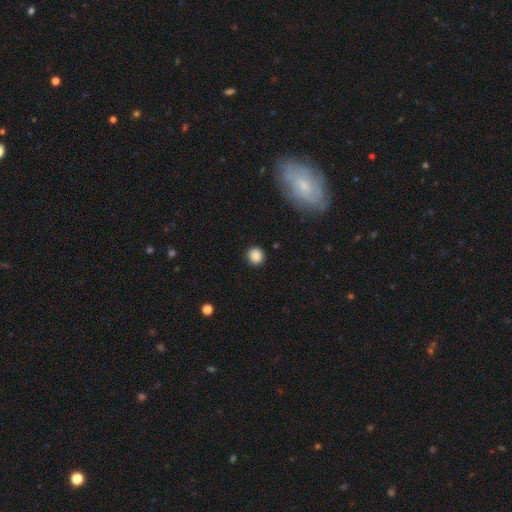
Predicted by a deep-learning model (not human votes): The model was most divided on "smooth or featured": smooth: 87%, star or artifact: 10%, featured or disk: 4%. More confident: how rounded — round (92%); merging — none (90%).